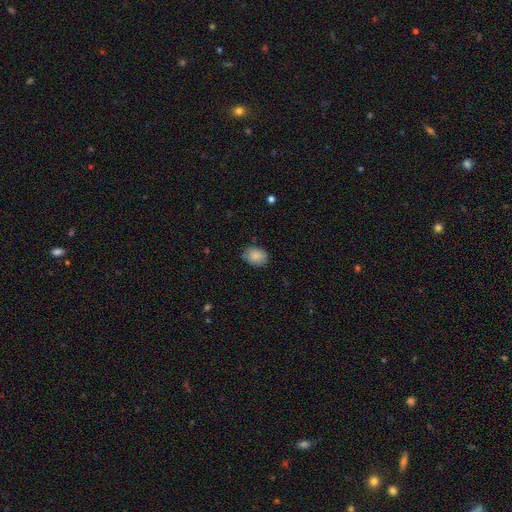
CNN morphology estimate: Q: Smooth or featured?
A: smooth (86%); runner-up: star or artifact (7%)
Q: How rounded?
A: in between (71%); runner-up: round (28%)
Q: Merging?
A: none (79%); runner-up: minor disturbance (17%)